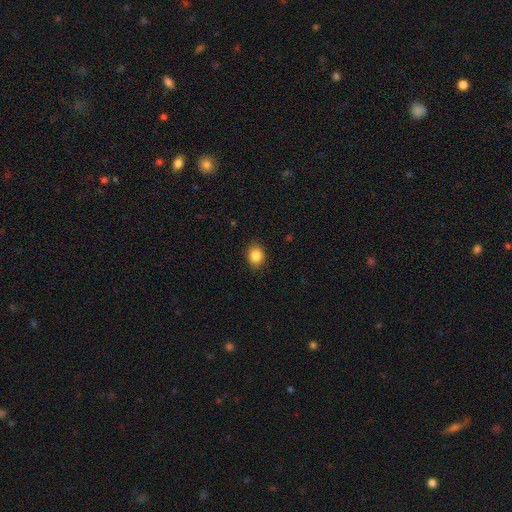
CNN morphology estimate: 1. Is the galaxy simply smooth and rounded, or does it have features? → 85% smooth, 10% star or artifact, 5% featured or disk.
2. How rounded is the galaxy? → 56% round, 43% in between, 1% cigar-shaped.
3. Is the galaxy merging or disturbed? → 87% none, 10% minor disturbance, 2% major disturbance, 1% merger.